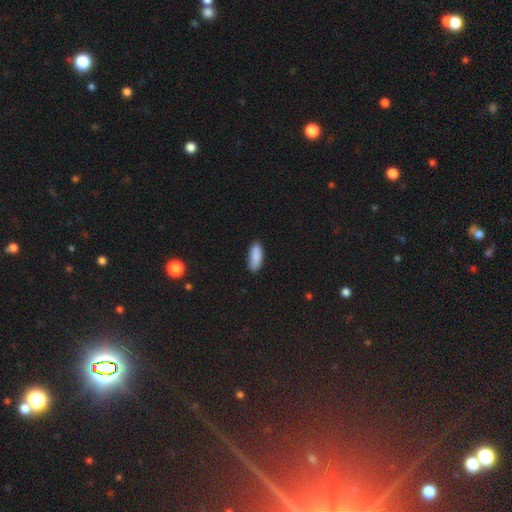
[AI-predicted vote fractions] Smooth or featured? Predicted: smooth (p=0.89). How rounded? Predicted: in between (p=0.74). Merging? Predicted: none (p=0.84).